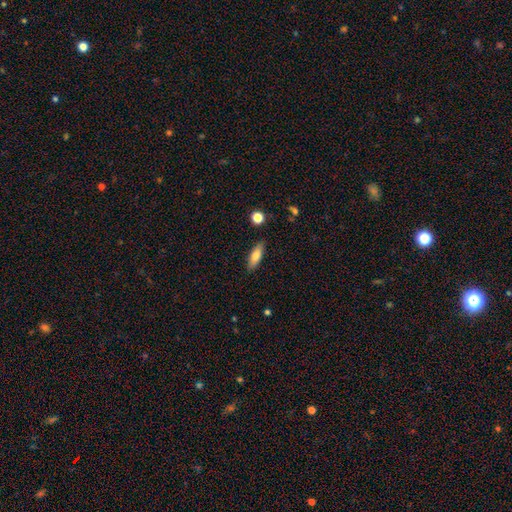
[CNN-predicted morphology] This is likely a smooth galaxy (74%). How rounded: possibly in between (56%). Merging: clearly none (86%).